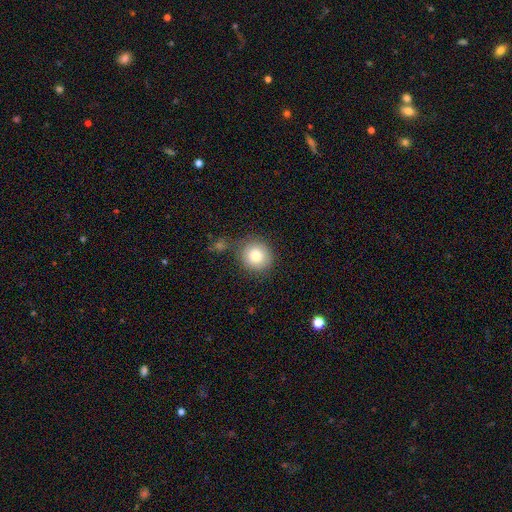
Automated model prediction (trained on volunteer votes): The model was most divided on "merging": none: 74%, minor disturbance: 13%, merger: 8%, major disturbance: 5%. More confident: how rounded — round (90%); smooth or featured — smooth (80%).